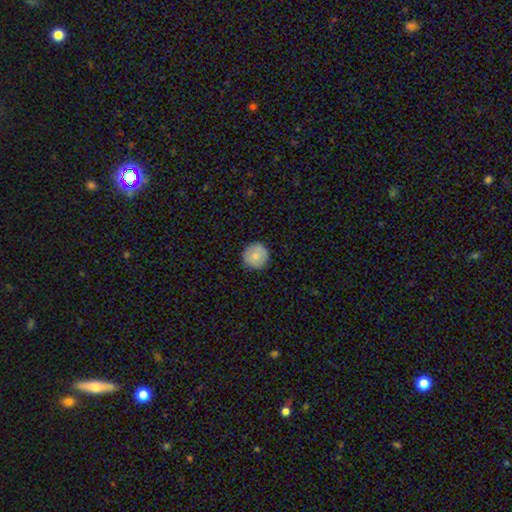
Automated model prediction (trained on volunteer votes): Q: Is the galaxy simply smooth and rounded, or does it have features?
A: smooth — 83%.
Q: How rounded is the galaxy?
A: round — 95%.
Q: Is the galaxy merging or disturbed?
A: none — 90%.